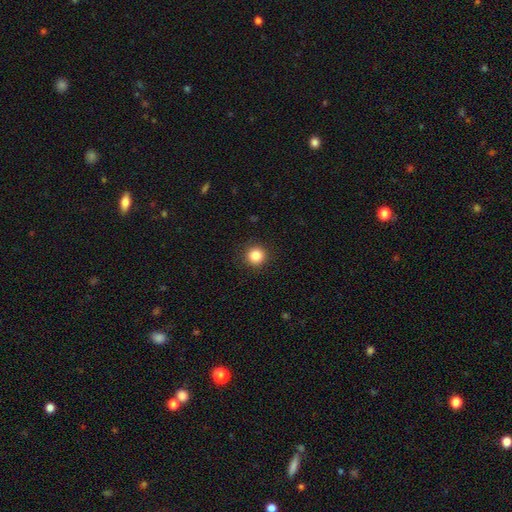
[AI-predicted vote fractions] Morphology: type=smooth (84%); roundness=round (95%); merging=none (92%).